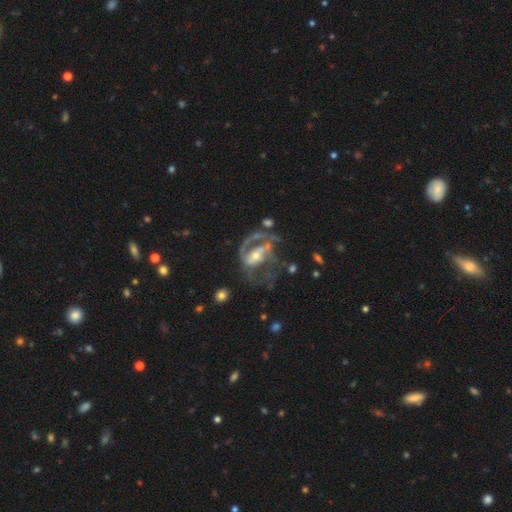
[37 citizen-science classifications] Smooth or featured: featured or disk — 92% (smooth — 8%)
Edge-on disk: no — 100%
Bar: weak — 41% (strong — 35%)
Spiral arms: yes — 94% (no — 6%)
Spiral winding: medium — 56% (loose — 31%)
Spiral arm count: 2 — 69% (1 — 28%)
Bulge size: small — 56% (moderate — 32%)
Merging: major disturbance — 41% (none — 38%)